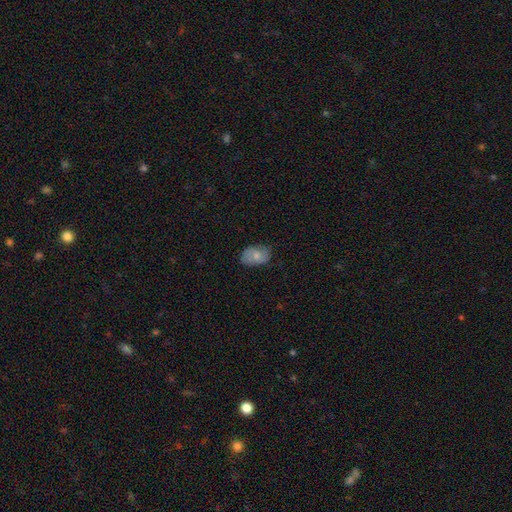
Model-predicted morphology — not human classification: Smooth or featured?
  - smooth: 70% *
  - featured or disk: 23%
  - star or artifact: 7%
How rounded?
  - in between: 85% *
  - round: 13%
  - cigar-shaped: 1%
Merging?
  - none: 71% *
  - minor disturbance: 23%
  - major disturbance: 5%
  - merger: 1%